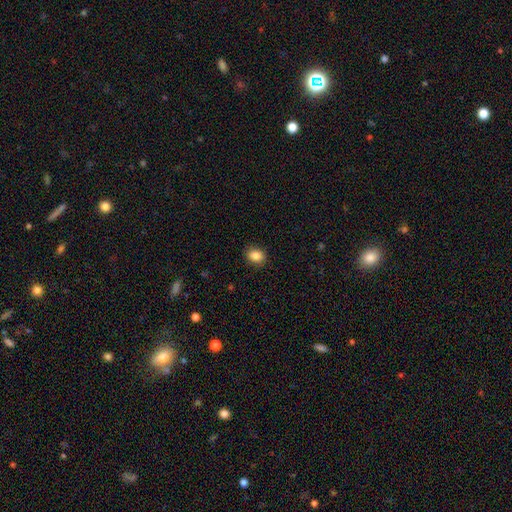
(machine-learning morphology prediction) smooth 86%, star or artifact 9%, featured or disk 5%. Down the decision tree: how rounded — in between (57%); merging — none (89%).